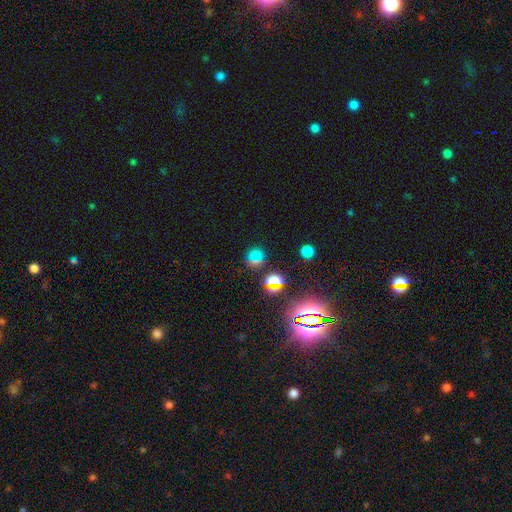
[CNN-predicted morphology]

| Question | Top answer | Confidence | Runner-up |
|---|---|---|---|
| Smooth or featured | smooth | 49% | star or artifact (42%) |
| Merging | none | 73% | minor disturbance (12%) |